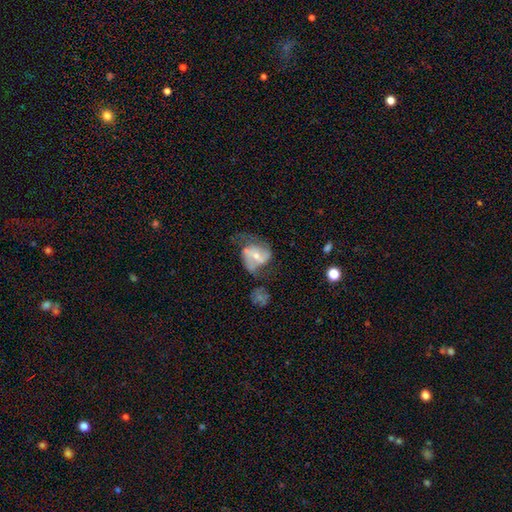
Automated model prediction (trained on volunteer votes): This is likely a featured or disk galaxy (70%). It is clearly not viewed edge-on (97%). Bar: marginally weak (43%). Spiral arm pattern: clearly yes (81%). Spiral arm count: clearly 2 (81%). Spiral winding: marginally loose (43%). Central bulge: possibly moderate (48%). Merging: marginally none (36%).